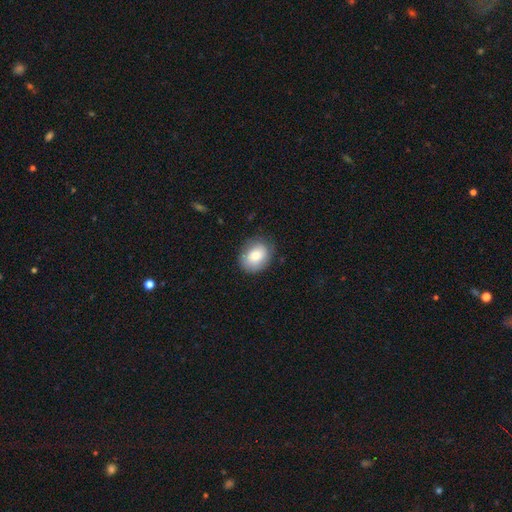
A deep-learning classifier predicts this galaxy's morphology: type=smooth (80%); roundness=in between (58%); merging=none (80%).